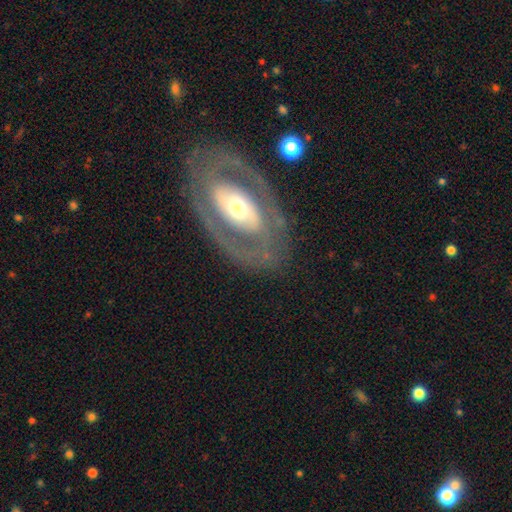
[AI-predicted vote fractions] Smooth or featured? featured or disk (76%)
Edge-on disk? no (92%)
Bar? no (59%)
Spiral arms? no (57%)
Bulge size? moderate (60%)
Merging? none (80%)